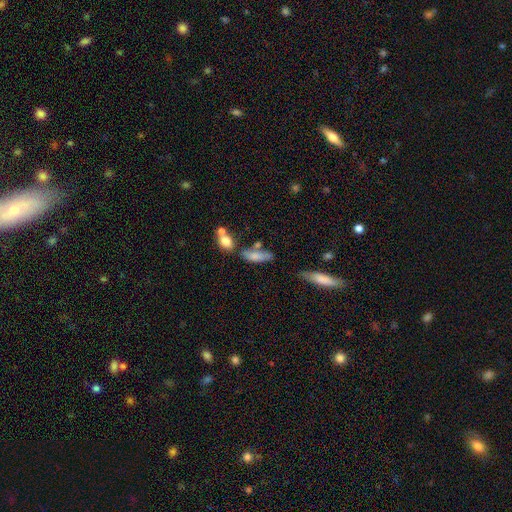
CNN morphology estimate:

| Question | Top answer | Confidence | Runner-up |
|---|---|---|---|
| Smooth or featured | smooth | 73% | featured or disk (18%) |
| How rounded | in between | 62% | cigar-shaped (35%) |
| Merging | none | 46% | minor disturbance (23%) |